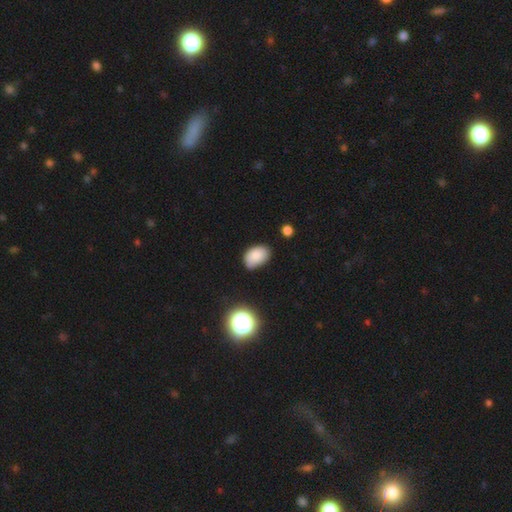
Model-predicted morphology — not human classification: Smooth or featured? smooth (84%)
How rounded? in between (86%)
Merging? none (65%)